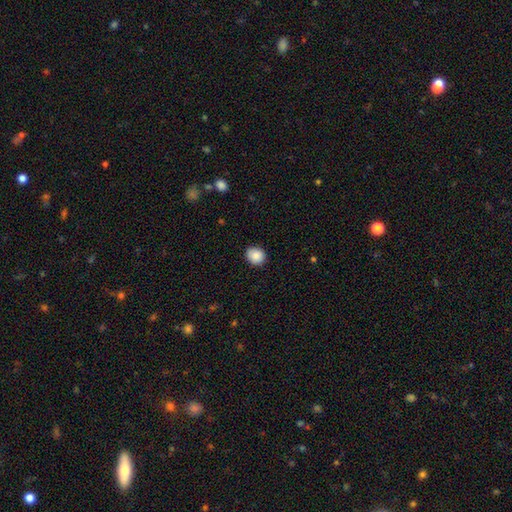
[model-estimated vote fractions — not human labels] Smooth or featured? smooth (88%)
How rounded? round (77%)
Merging? none (88%)